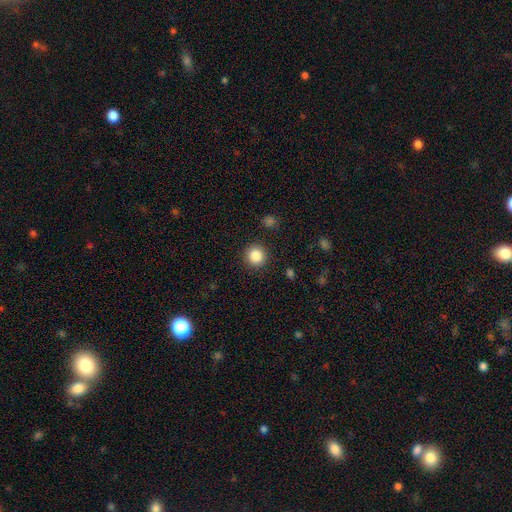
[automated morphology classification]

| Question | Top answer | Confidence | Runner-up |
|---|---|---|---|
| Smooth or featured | smooth | 86% | star or artifact (10%) |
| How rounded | round | 93% | in between (6%) |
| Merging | none | 91% | minor disturbance (5%) |